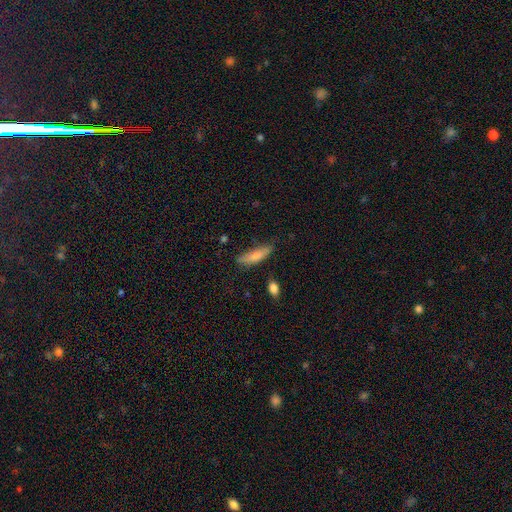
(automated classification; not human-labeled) Smooth or featured? Predicted: smooth (p=0.80). How rounded? Predicted: cigar-shaped (p=0.57). Merging? Predicted: none (p=0.65).